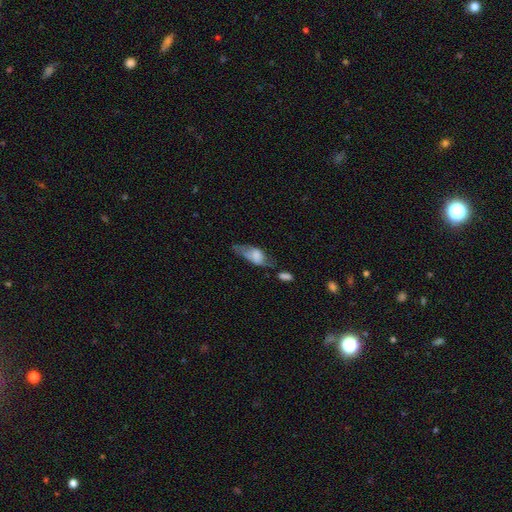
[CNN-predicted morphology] A smooth galaxy with no disk features (58%) that is in between round and cigar-shaped (81%).

Vote fractions:
- Smooth or featured? smooth: 58% / featured or disk: 34% / star or artifact: 8%
- How rounded? in between: 81% / cigar-shaped: 15% / round: 4%
- Merging? none: 29% / minor disturbance: 27% / major disturbance: 26% / merger: 17%